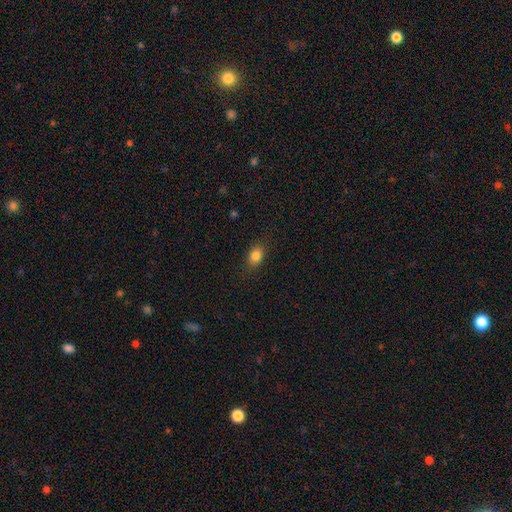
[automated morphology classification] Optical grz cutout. It shows a smooth galaxy with no disk features (83%) that is in between round and cigar-shaped (76%). Merging: none (85%).